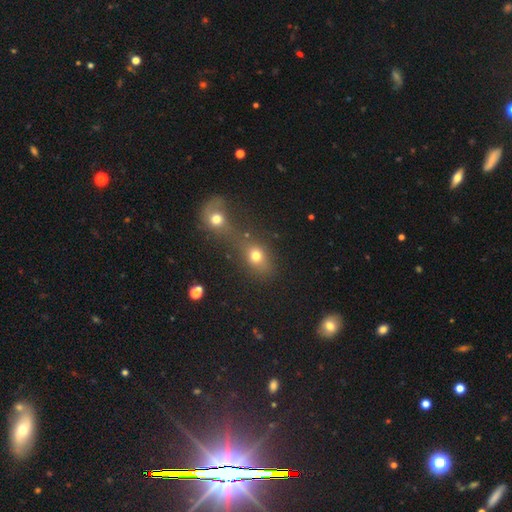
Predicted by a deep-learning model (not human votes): A smooth galaxy with no disk features (71%) that is round (56%). Merging: merger (51%).